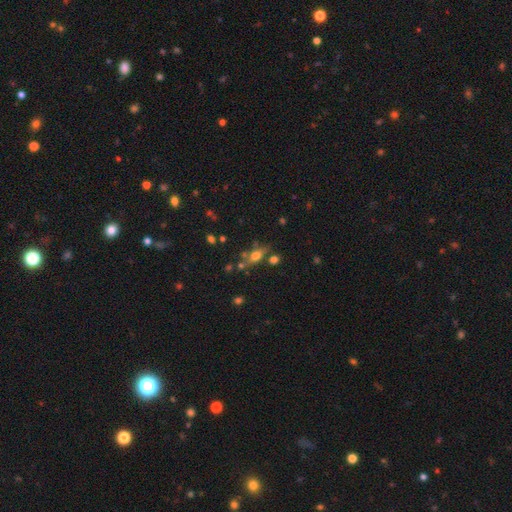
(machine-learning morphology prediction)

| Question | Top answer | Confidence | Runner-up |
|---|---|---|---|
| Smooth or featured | smooth | 53% | featured or disk (34%) |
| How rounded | in between | 62% | cigar-shaped (24%) |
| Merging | none | 60% | minor disturbance (17%) |